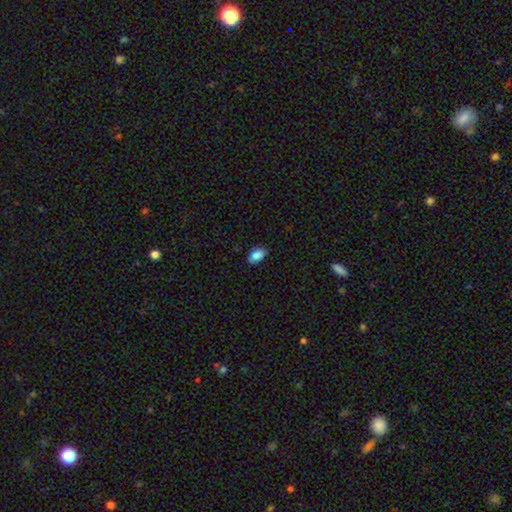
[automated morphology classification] Smooth or featured? Predicted: smooth (p=0.85). How rounded? Predicted: in between (p=0.92). Merging? Predicted: none (p=0.82).